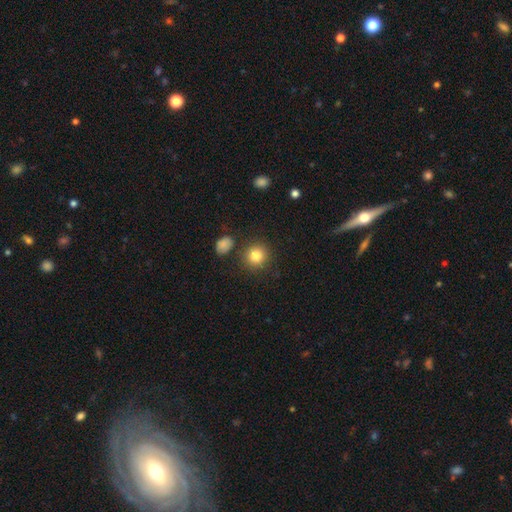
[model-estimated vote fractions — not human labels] A smooth galaxy with no disk features (84%) that is round (89%).

Vote fractions:
- Smooth or featured? smooth: 84% / star or artifact: 10% / featured or disk: 6%
- How rounded? round: 89% / in between: 10% / cigar-shaped: 1%
- Merging? none: 86% / minor disturbance: 8% / merger: 4% / major disturbance: 3%